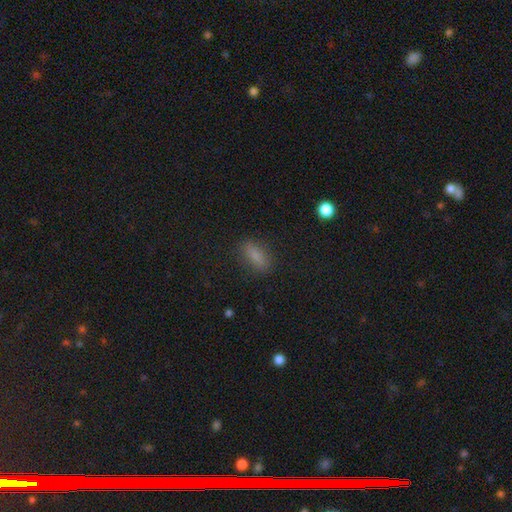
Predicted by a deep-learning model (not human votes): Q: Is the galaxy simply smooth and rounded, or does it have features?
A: smooth — 80%.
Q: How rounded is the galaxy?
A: in between — 71%.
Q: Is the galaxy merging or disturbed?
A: none — 82%.